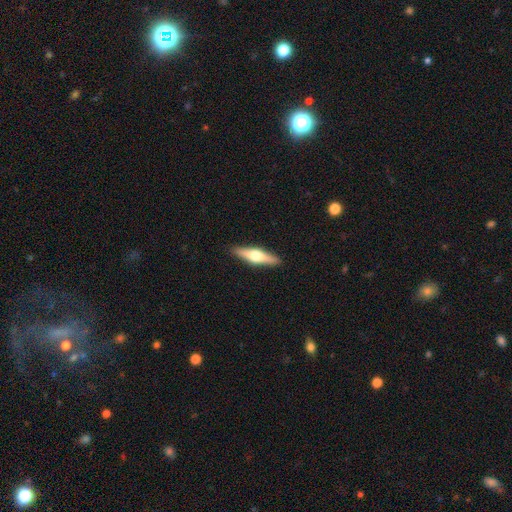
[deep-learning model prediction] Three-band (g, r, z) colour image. It shows a featured or disk galaxy (57%) viewed edge-on (95%) with a rounded central bulge (94%). Merging: none (91%).